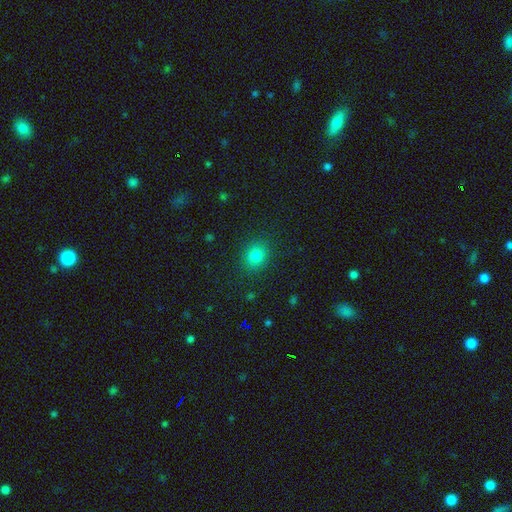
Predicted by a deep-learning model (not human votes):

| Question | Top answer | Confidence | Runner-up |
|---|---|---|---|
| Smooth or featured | smooth | 81% | star or artifact (13%) |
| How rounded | round | 69% | in between (30%) |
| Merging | none | 88% | minor disturbance (8%) |